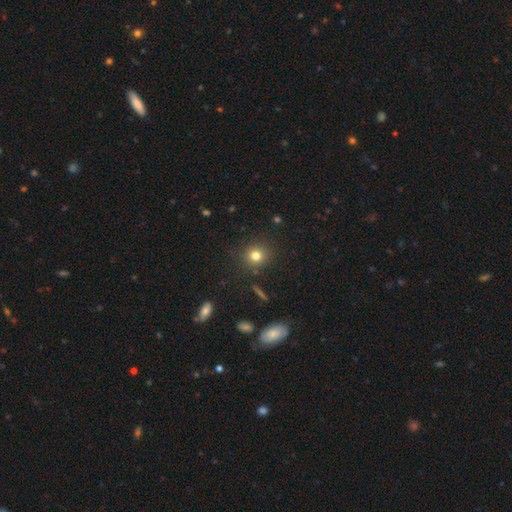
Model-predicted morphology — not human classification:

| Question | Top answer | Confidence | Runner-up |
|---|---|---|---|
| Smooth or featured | smooth | 77% | star or artifact (15%) |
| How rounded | round | 89% | in between (10%) |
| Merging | none | 88% | minor disturbance (7%) |